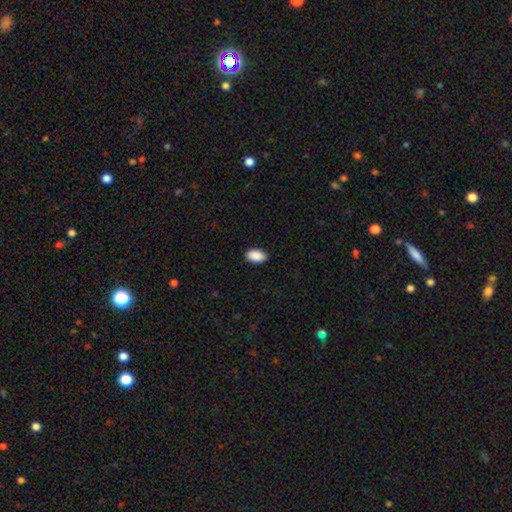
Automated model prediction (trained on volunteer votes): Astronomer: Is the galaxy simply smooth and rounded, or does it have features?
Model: smooth — 91%.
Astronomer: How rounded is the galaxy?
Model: in between — 94%.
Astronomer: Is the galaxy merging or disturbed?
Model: none — 88%.